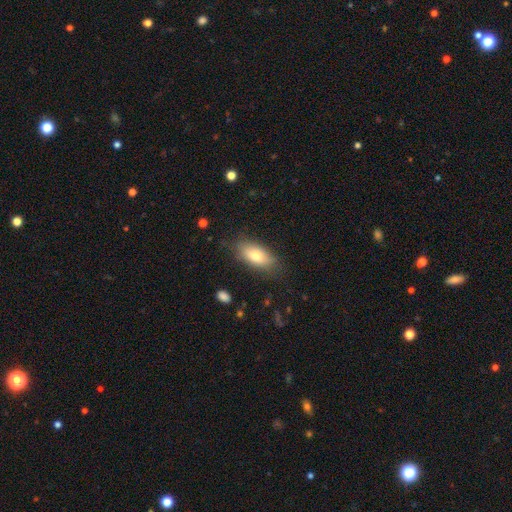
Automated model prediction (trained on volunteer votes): Smooth or featured?
  - smooth: 75% *
  - featured or disk: 18%
  - star or artifact: 7%
How rounded?
  - in between: 86% *
  - cigar-shaped: 10%
  - round: 4%
Merging?
  - none: 81% *
  - minor disturbance: 14%
  - major disturbance: 4%
  - merger: 1%